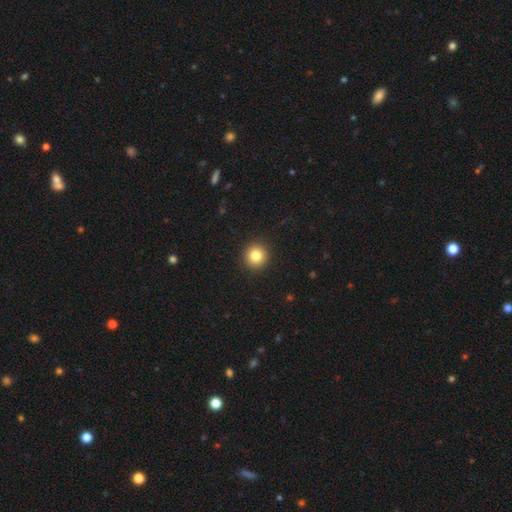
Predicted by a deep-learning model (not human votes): Morphology: type=smooth (83%); roundness=round (94%); merging=none (93%).